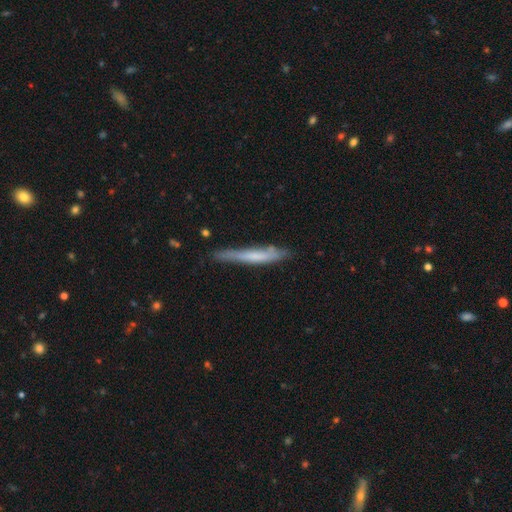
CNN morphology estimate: A smooth galaxy with no disk features (54%) that is cigar-shaped (95%). Merging: none (70%).